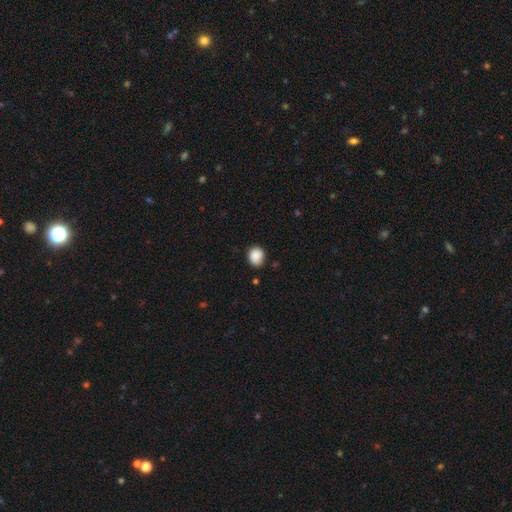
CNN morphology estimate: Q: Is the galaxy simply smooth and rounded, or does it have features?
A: smooth — 87%.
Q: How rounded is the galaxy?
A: round — 68%.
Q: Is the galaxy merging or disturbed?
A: none — 71%.